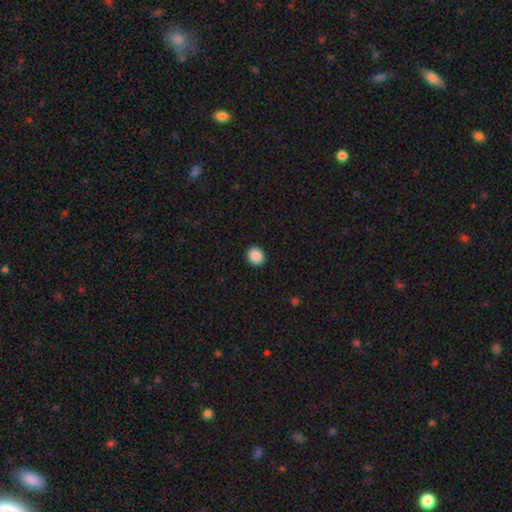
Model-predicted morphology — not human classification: Smooth or featured: smooth — 89% (star or artifact — 9%)
How rounded: round — 76% (in between — 23%)
Merging: none — 92% (minor disturbance — 5%)